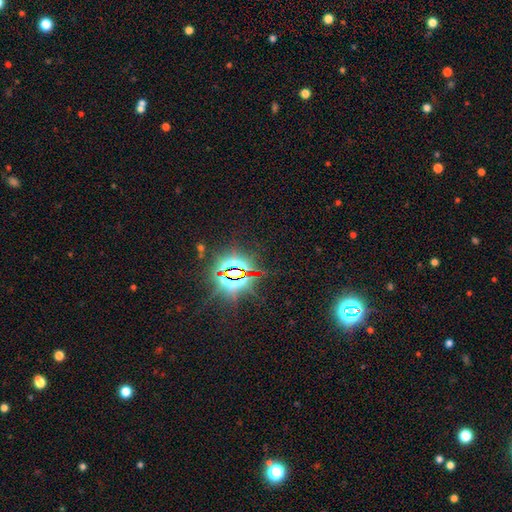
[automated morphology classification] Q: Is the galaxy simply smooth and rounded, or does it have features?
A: star or artifact — 85%.